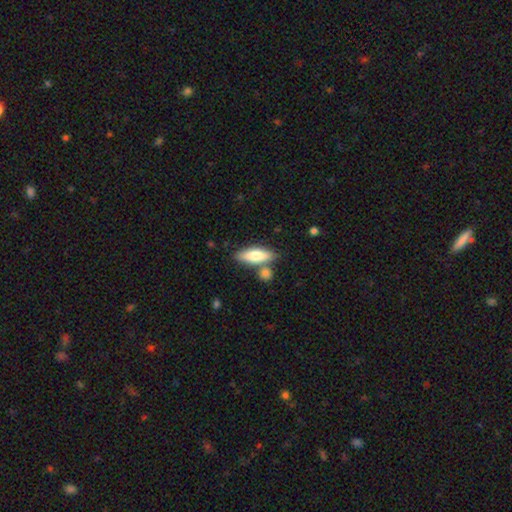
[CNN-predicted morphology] The model was most divided on "how rounded": in between: 56%, cigar-shaped: 41%, round: 3%. More confident: smooth or featured — smooth (73%); merging — none (67%).